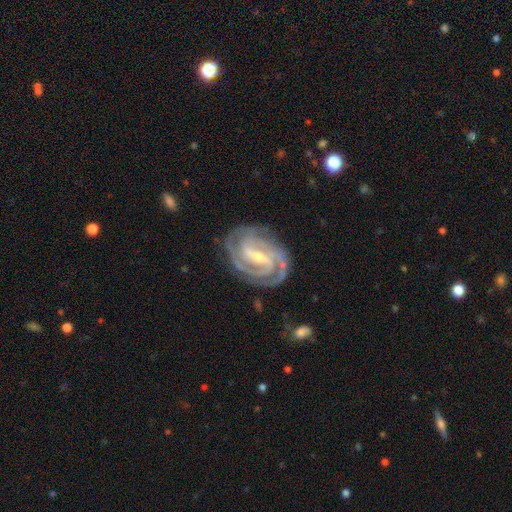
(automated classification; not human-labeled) A featured or disk galaxy (92%) with a strong bar (50%), 3 (35%) tight (73%) spiral arms (98%) and a small central bulge (59%).

Vote fractions:
- Smooth or featured? featured or disk: 92% / star or artifact: 4% / smooth: 4%
- Edge-on disk? no: 97% / yes: 3%
- Bar? strong: 50% / weak: 38% / no: 12%
- Spiral arms? yes: 98% / no: 2%
- Spiral winding? tight: 73% / medium: 24% / loose: 3%
- Spiral arm count? 3: 35% / 2: 32% / 4: 14% / can't tell: 10% / more than 4: 5% / 1: 4%
- Bulge size? small: 59% / moderate: 37% / large: 1% / none: 1% / dominant: 1%
- Merging? none: 80% / minor disturbance: 14% / major disturbance: 4% / merger: 1%